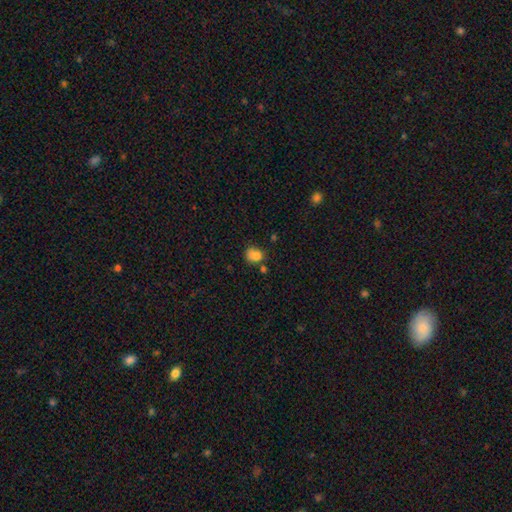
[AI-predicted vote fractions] Overall: smooth (80%). How rounded: round (59%; in between 40%). Merging: none (51%; minor disturbance 27%).